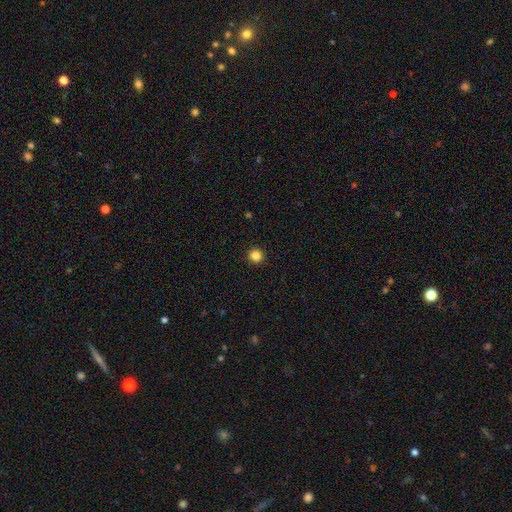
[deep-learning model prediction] Smooth or featured?
  - smooth: 85% *
  - star or artifact: 12%
  - featured or disk: 4%
How rounded?
  - round: 96% *
  - in between: 3%
  - cigar-shaped: 1%
Merging?
  - none: 94% *
  - minor disturbance: 4%
  - major disturbance: 1%
  - merger: 1%